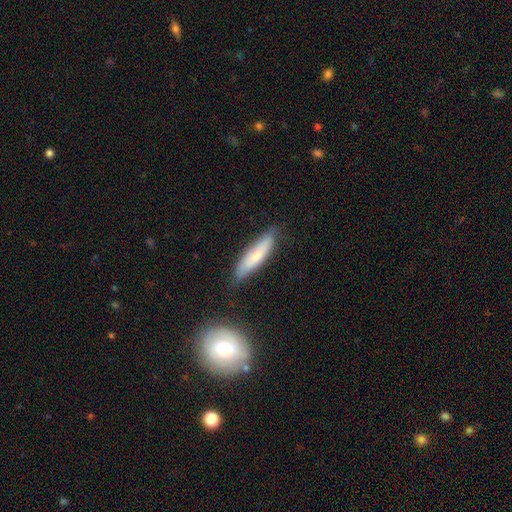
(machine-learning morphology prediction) This is likely a smooth galaxy (69%). How rounded: likely cigar-shaped (78%). Merging: likely none (76%).